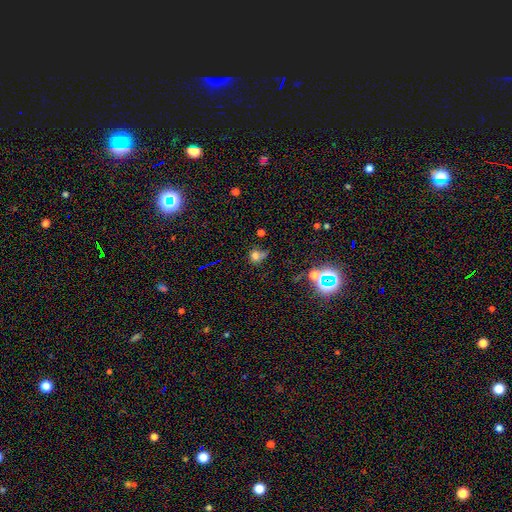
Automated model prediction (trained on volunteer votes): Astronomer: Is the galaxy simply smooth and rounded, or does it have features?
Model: smooth — 65%.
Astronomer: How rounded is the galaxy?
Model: round — 71%.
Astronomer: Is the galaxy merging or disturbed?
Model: none — 43% (runner-up: minor disturbance, 22%).